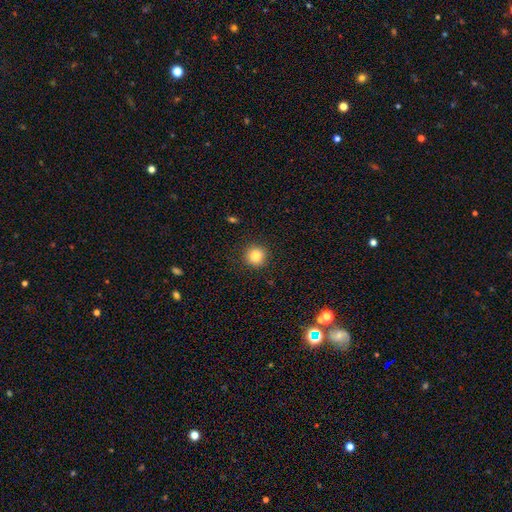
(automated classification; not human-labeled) A smooth galaxy with no disk features (82%) that is round (94%). Merging: none (91%).